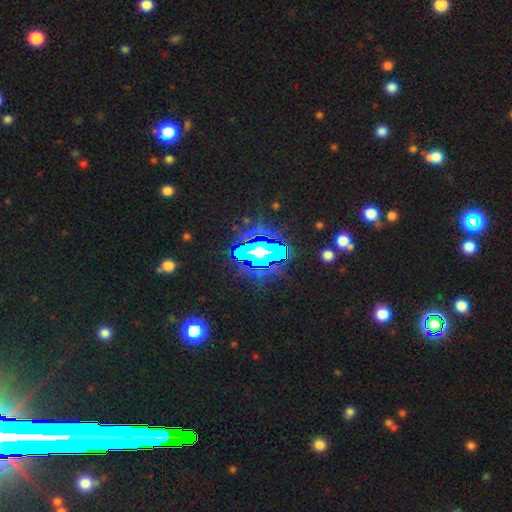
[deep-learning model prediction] A star or artifact, not a galaxy (79%).